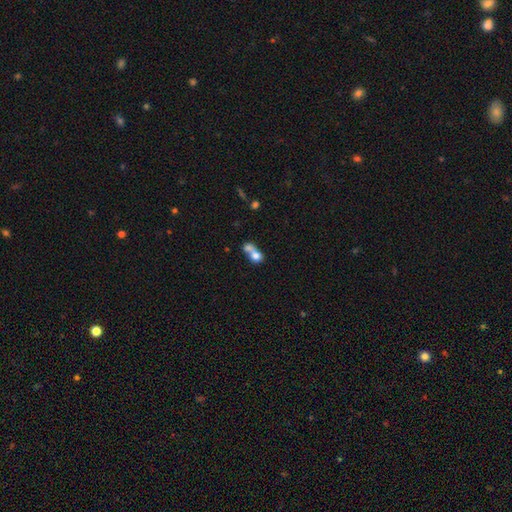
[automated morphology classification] This appears to be a smooth galaxy with no disk features (72%) that is round (60%). Merging: merger (68%).